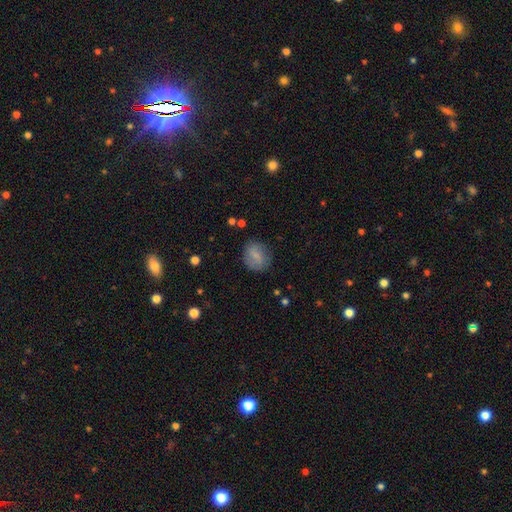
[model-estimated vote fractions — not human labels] Smooth or featured: smooth — 74% (featured or disk — 17%)
How rounded: round — 55% (in between — 43%)
Merging: none — 77% (minor disturbance — 16%)